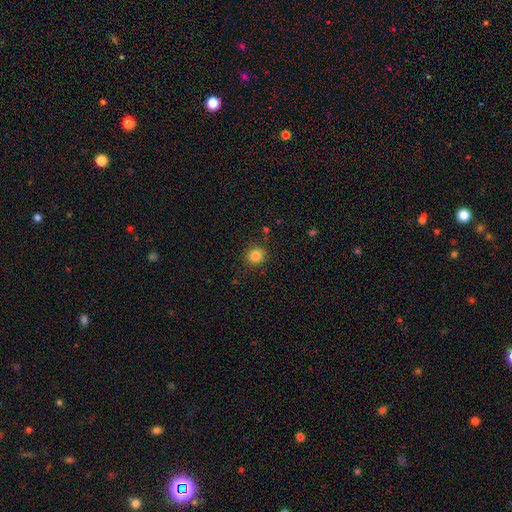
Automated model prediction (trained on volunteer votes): smooth_or_featured: smooth (p=0.84) [alt: star or artifact p=0.11]
how_rounded: round (p=0.87) [alt: in between p=0.12]
merging: none (p=0.87) [alt: minor disturbance p=0.08]